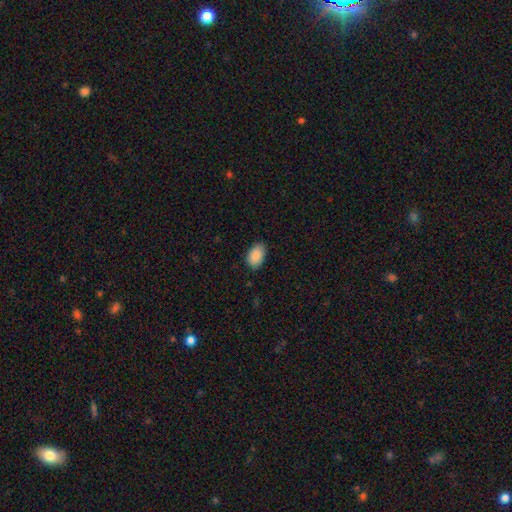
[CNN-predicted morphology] This appears to be a smooth galaxy with no disk features (89%) that is in between round and cigar-shaped (92%). Merging: none (82%).